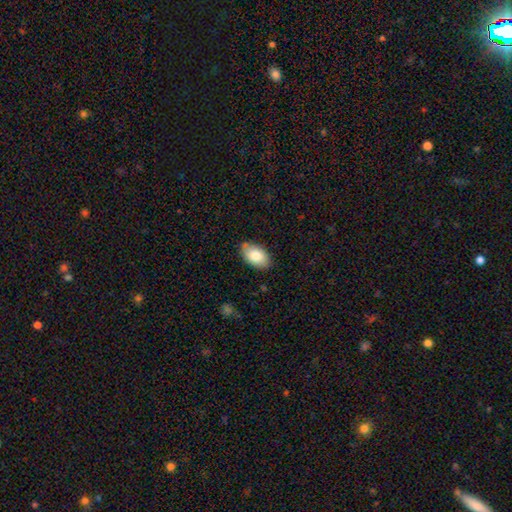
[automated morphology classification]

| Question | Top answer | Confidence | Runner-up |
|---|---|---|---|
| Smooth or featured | smooth | 83% | featured or disk (11%) |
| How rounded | in between | 94% | round (5%) |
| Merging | none | 79% | minor disturbance (16%) |